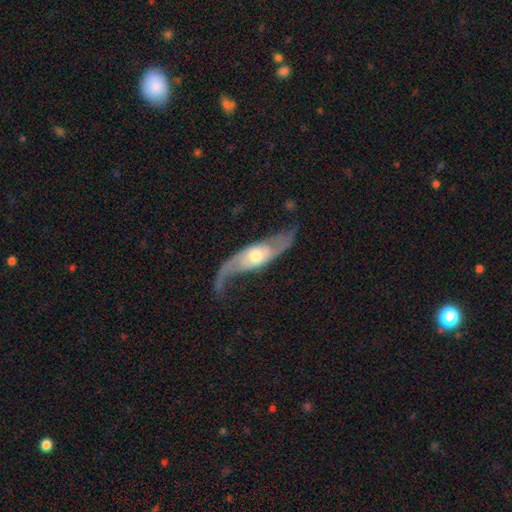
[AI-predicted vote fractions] smooth_or_featured: featured or disk (p=0.84) [alt: smooth p=0.11]
disk_edge_on: no (p=0.83) [alt: yes p=0.17]
bar: no (p=0.62) [alt: weak p=0.28]
has_spiral_arms: yes (p=0.94) [alt: no p=0.06]
spiral_winding: loose (p=0.70) [alt: medium p=0.23]
spiral_arm_count: 2 (p=0.88) [alt: 1 p=0.05]
bulge_size: moderate (p=0.68) [alt: large p=0.14]
merging: none (p=0.61) [alt: minor disturbance p=0.20]